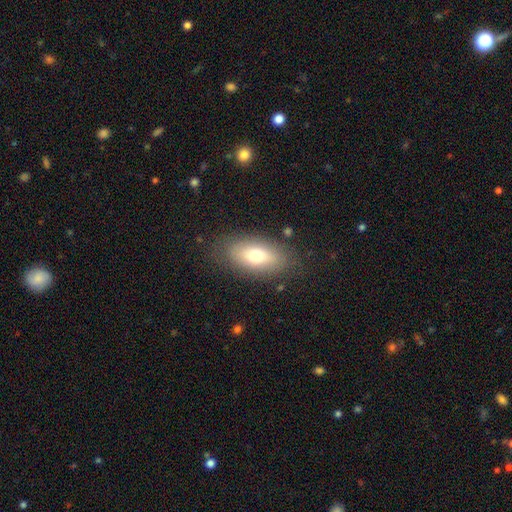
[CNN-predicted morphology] type=smooth (72%); roundness=in between (89%); merging=none (82%).